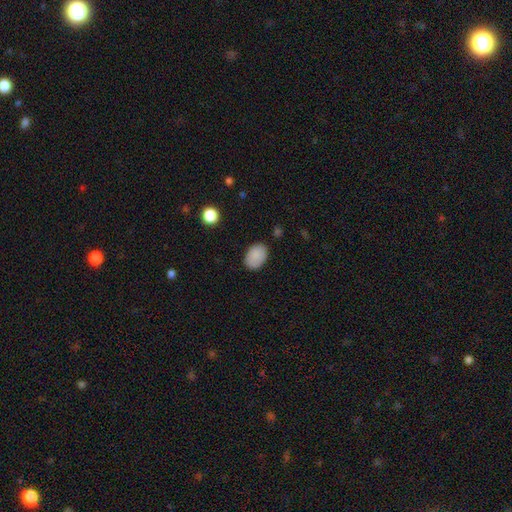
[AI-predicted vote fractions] smooth-or-featured: smooth: 88% | star or artifact: 7% | featured or disk: 5%
  how-rounded: in between: 83% | round: 16% | cigar-shaped: 1%
  merging: none: 83% | minor disturbance: 13% | major disturbance: 3% | merger: 1%